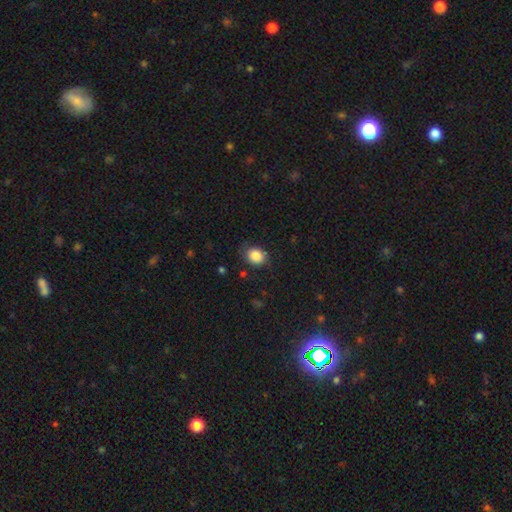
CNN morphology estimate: A smooth galaxy with no disk features (86%) that is round (50%). Merging: none (80%).